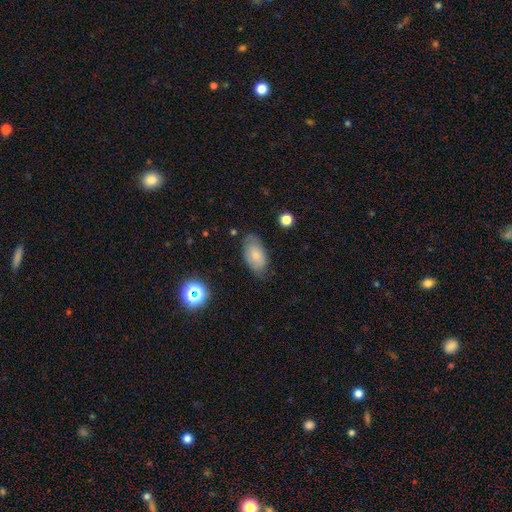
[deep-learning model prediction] Smooth or featured? smooth (74%)
How rounded? in between (94%)
Merging? none (71%)